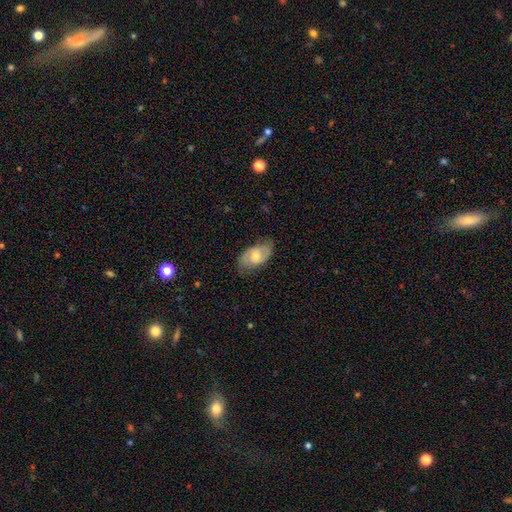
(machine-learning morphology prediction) Smooth or featured: featured or disk — 61% (smooth — 33%)
Edge-on disk: no — 95% (yes — 5%)
Bar: no — 54% (weak — 38%)
Spiral arms: yes — 84% (no — 16%)
Bulge size: moderate — 62% (small — 31%)
Merging: none — 75% (minor disturbance — 19%)